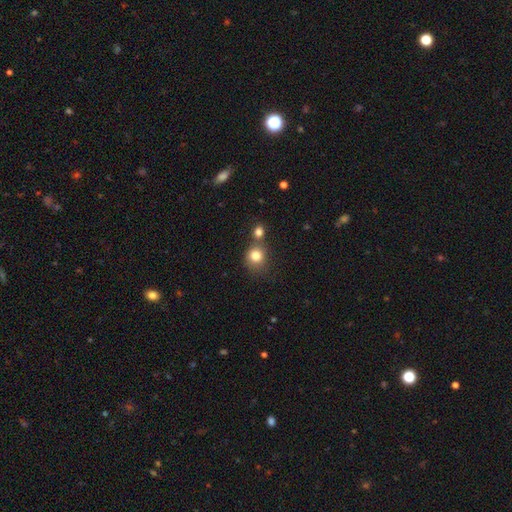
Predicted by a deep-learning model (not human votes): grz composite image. It shows a smooth galaxy with no disk features (81%) that is round (83%). Merging: none (55%).